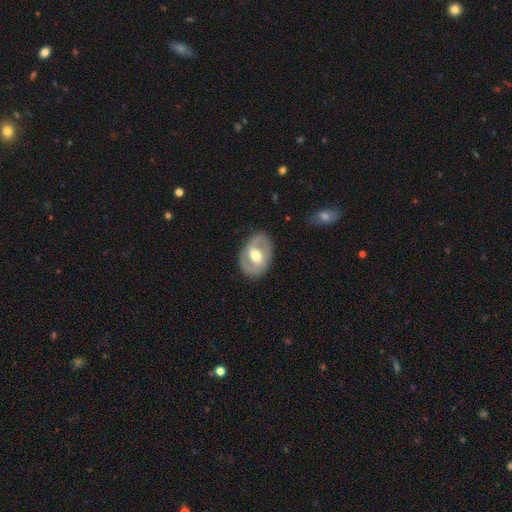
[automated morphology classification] The model was most divided on "bar": weak: 43%, no: 34%, strong: 24%. More confident: edge-on disk — no (95%); merging — none (84%); bulge size — moderate (71%); smooth or featured — featured or disk (71%); spiral arms — yes (65%).